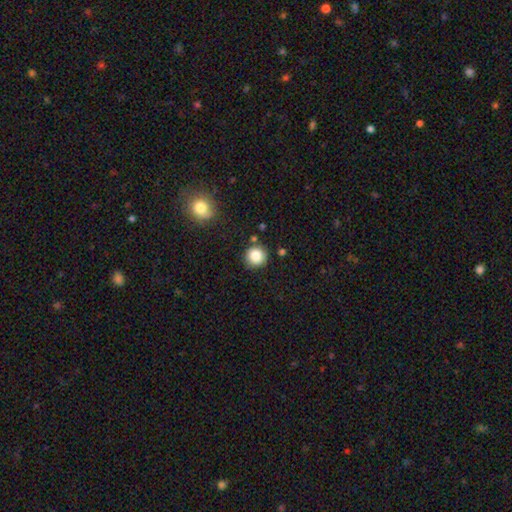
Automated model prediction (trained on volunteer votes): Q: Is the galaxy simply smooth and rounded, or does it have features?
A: smooth — 85%.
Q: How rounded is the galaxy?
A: round — 94%.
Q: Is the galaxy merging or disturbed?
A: none — 85%.